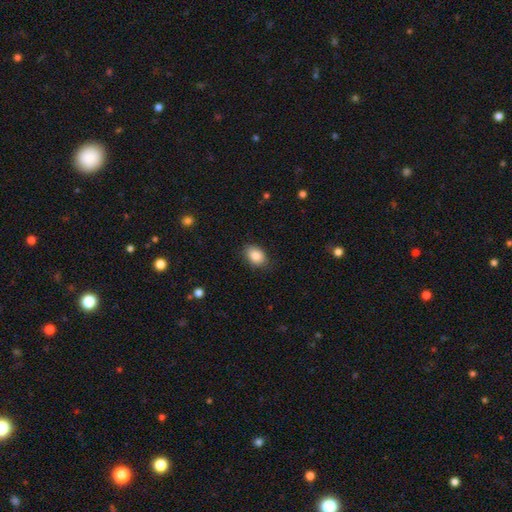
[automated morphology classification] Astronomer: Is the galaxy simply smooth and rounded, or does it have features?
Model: smooth — 86%.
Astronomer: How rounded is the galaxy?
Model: in between — 79%.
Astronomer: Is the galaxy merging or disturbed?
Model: none — 83%.